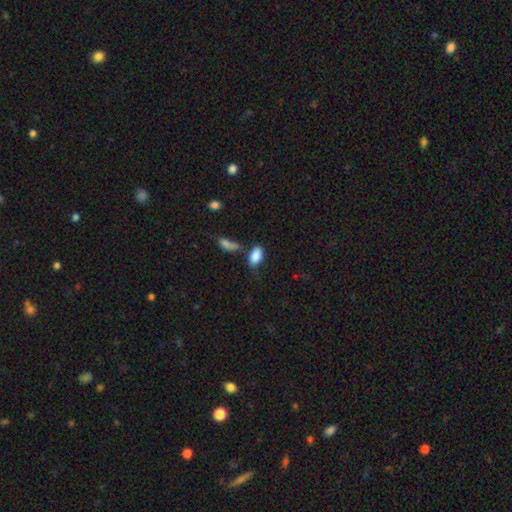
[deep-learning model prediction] Smooth or featured? smooth (86%)
How rounded? in between (93%)
Merging? none (52%)